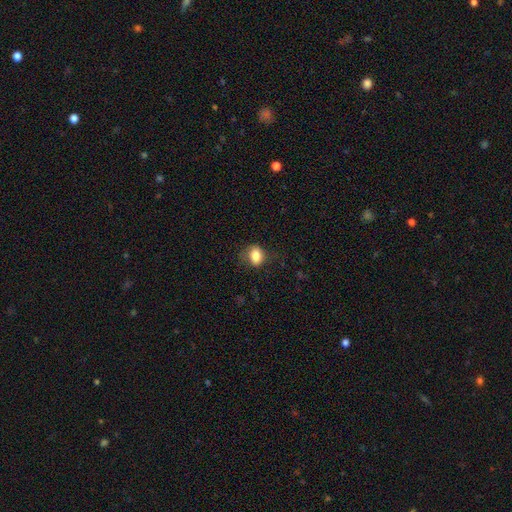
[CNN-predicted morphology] smooth_or_featured: smooth (p=0.83) [alt: star or artifact p=0.09]
how_rounded: in between (p=0.63) [alt: round p=0.35]
merging: none (p=0.73) [alt: minor disturbance p=0.19]